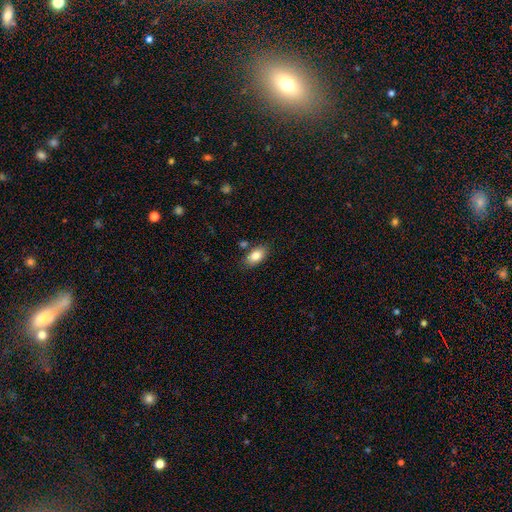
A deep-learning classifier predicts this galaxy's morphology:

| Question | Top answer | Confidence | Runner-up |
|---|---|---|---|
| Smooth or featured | smooth | 84% | featured or disk (9%) |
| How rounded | in between | 91% | round (6%) |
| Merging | none | 80% | minor disturbance (12%) |